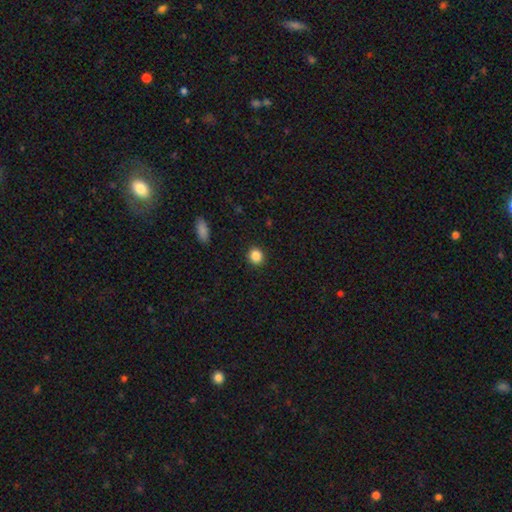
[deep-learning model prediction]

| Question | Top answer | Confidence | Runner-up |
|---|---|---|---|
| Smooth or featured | smooth | 86% | star or artifact (10%) |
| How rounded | round | 84% | in between (15%) |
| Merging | none | 92% | minor disturbance (5%) |